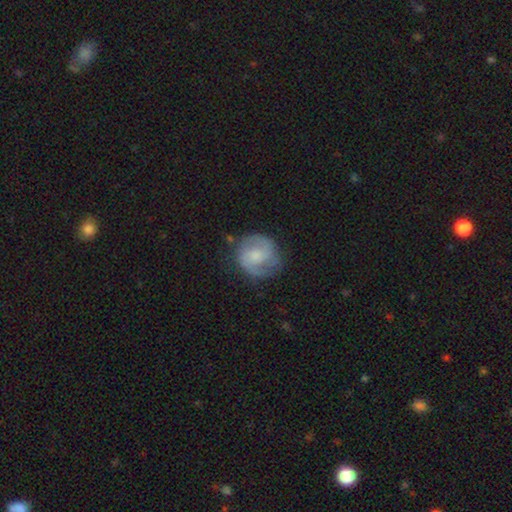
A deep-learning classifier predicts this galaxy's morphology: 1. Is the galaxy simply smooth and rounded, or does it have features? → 68% featured or disk, 26% smooth, 6% star or artifact.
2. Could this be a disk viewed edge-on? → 98% no, 2% yes.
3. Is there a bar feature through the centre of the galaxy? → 51% no, 42% weak, 7% strong.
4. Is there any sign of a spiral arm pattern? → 92% yes, 8% no.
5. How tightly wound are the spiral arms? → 48% medium, 35% tight, 16% loose.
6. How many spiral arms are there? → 83% 2, 8% can't tell, 3% 3, 3% 1, 1% 4, 1% more than 4.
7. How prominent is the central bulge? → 41% moderate, 39% small, 12% none, 6% large, 1% dominant.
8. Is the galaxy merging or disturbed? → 74% none, 18% minor disturbance, 6% major disturbance, 2% merger.